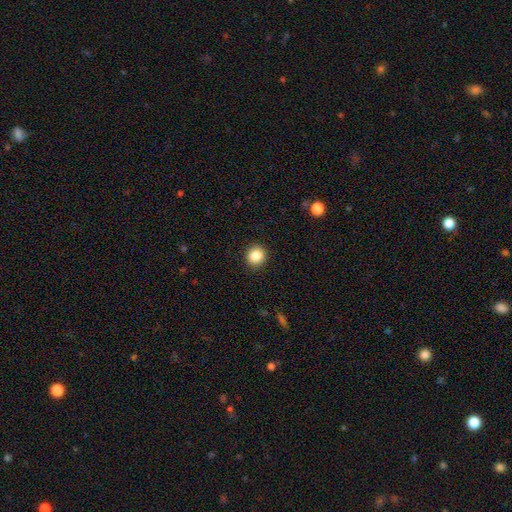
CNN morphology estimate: Overall: smooth (87%). How rounded: round (86%). Merging: none (91%).